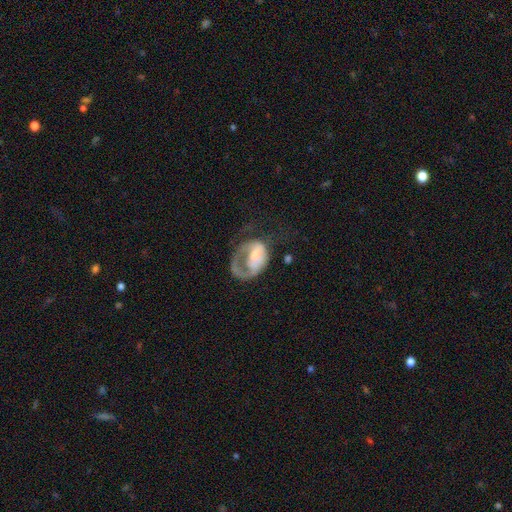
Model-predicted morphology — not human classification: smooth-or-featured: featured or disk: 60% | smooth: 34% | star or artifact: 6%
  disk-edge-on: no: 97% | yes: 3%
    bar: no: 67% | weak: 26% | strong: 6%
    has-spiral-arms: yes: 61% | no: 39%
    bulge-size: moderate: 46% | small: 32% | large: 12% | none: 8% | dominant: 2%
  merging: major disturbance: 58% | none: 22% | minor disturbance: 16% | merger: 4%